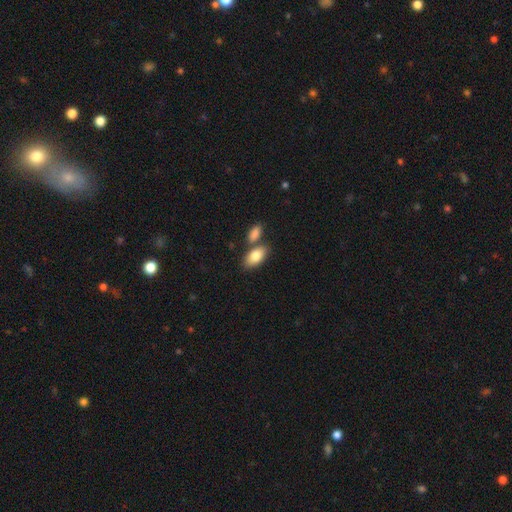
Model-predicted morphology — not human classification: smooth-or-featured: smooth: 83% | featured or disk: 12% | star or artifact: 6%
  how-rounded: in between: 92% | round: 4% | cigar-shaped: 4%
  merging: none: 60% | merger: 26% | minor disturbance: 11% | major disturbance: 3%